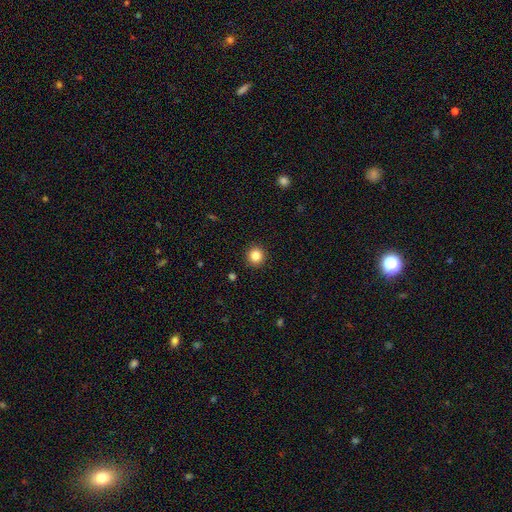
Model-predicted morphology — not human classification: Q: Smooth or featured?
A: smooth (84%); runner-up: star or artifact (11%)
Q: How rounded?
A: round (94%); runner-up: in between (5%)
Q: Merging?
A: none (93%); runner-up: minor disturbance (5%)